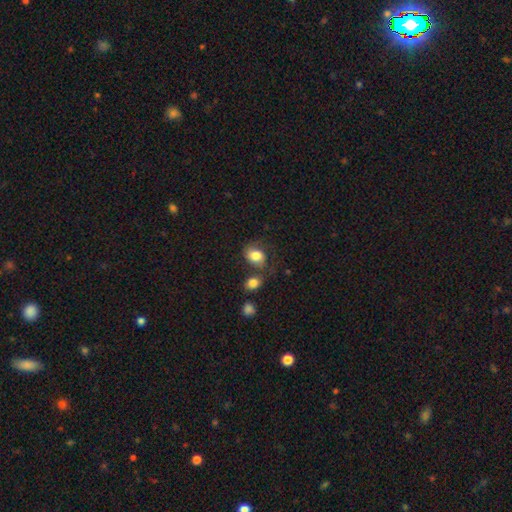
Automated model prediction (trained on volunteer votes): Smooth or featured? smooth (77%)
How rounded? in between (61%)
Merging? none (49%)